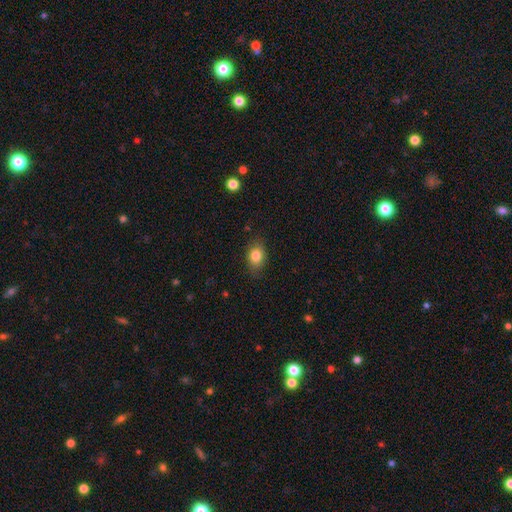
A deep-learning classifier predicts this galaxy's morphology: This appears to be a smooth galaxy with no disk features (82%) that is in between round and cigar-shaped (73%). Merging: none (81%).